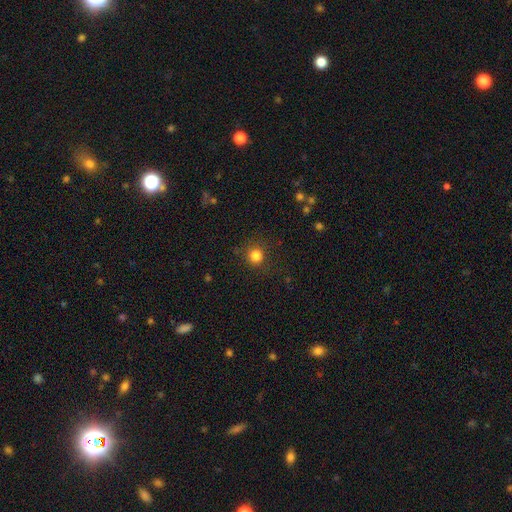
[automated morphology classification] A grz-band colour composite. It shows a smooth galaxy with no disk features (83%) that is round (93%). Merging: none (88%).